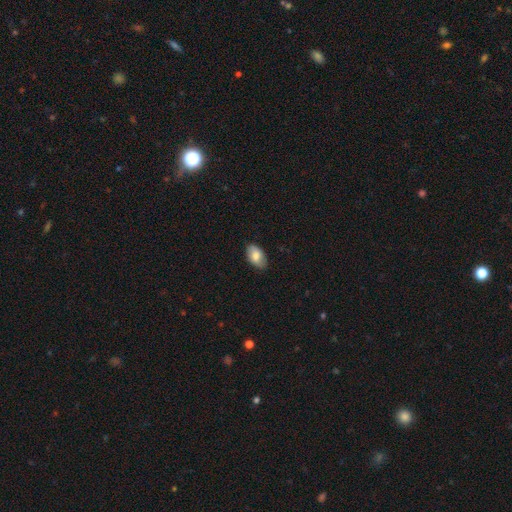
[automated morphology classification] Smooth or featured? Predicted: smooth (p=0.79). How rounded? Predicted: in between (p=0.93). Merging? Predicted: none (p=0.85).